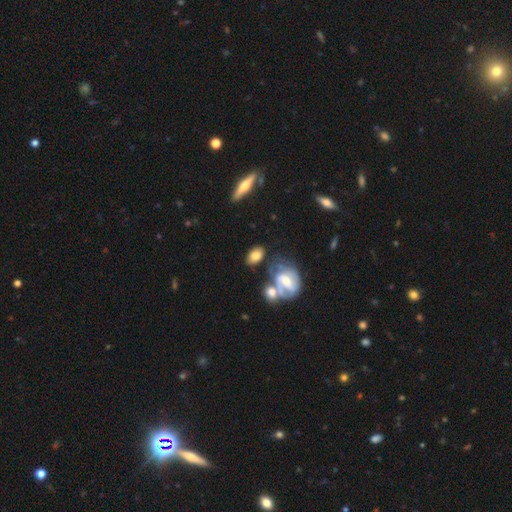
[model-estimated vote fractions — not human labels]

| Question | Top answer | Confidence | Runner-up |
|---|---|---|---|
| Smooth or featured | smooth | 64% | featured or disk (27%) |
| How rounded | in between | 84% | round (14%) |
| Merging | none | 51% | merger (20%) |